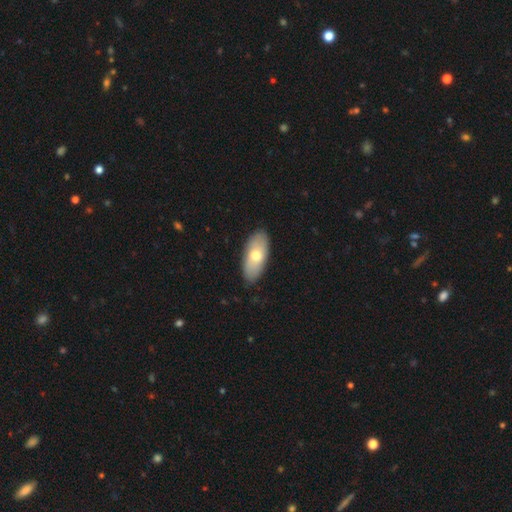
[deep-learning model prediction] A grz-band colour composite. It shows a smooth galaxy with no disk features (69%) that is in between round and cigar-shaped (87%). Merging: none (87%).